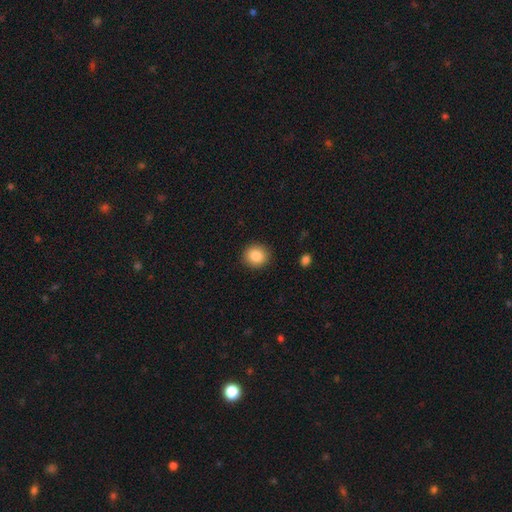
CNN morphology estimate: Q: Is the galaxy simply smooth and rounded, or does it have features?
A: smooth — 85%.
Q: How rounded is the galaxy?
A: round — 86%.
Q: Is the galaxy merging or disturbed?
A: none — 91%.